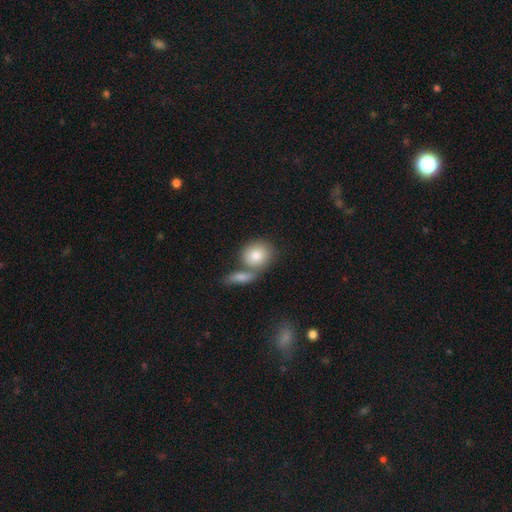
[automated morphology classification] Smooth or featured: smooth — 81% (featured or disk — 13%)
How rounded: round — 62% (in between — 36%)
Merging: none — 45% (merger — 41%)